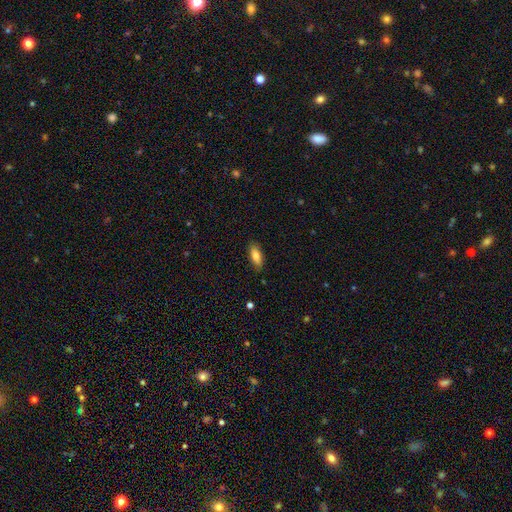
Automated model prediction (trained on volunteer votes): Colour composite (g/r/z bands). It shows a smooth galaxy with no disk features (78%) that is in between round and cigar-shaped (77%). Merging: none (84%).